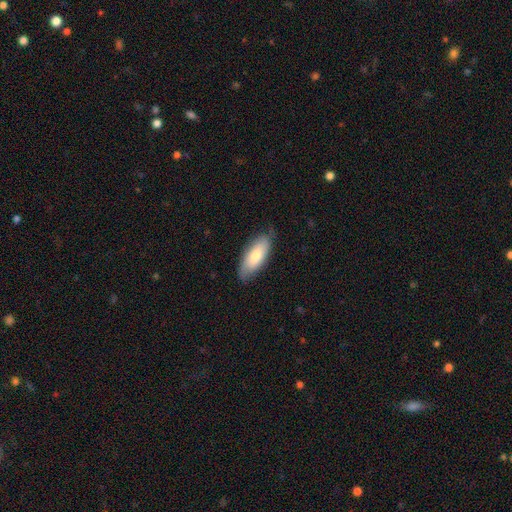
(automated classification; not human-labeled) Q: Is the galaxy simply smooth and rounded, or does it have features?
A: smooth — 70%.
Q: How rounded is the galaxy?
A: in between — 81%.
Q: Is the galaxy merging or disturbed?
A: none — 72%.